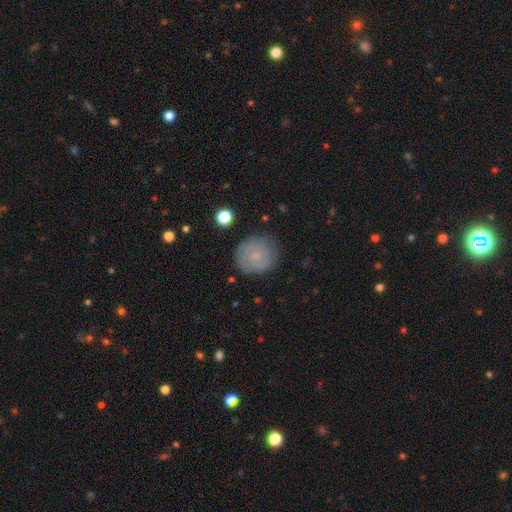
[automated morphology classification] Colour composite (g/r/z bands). It shows a smooth galaxy with no disk features (56%) that is round (88%). Merging: none (78%).